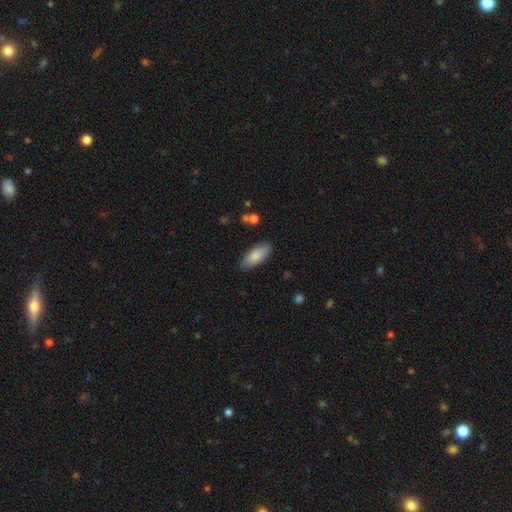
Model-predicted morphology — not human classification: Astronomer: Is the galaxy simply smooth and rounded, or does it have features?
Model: smooth — 85%.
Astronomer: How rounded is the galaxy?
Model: in between — 81%.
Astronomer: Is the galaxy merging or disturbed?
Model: none — 86%.